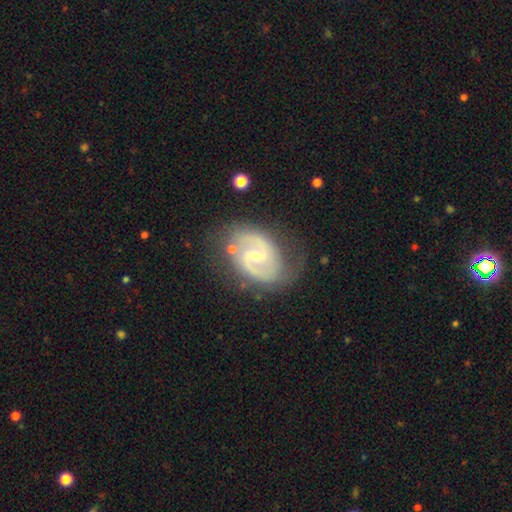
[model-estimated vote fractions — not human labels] This is clearly a featured or disk galaxy (89%). It is clearly not viewed edge-on (98%). Bar: possibly weak (56%). Spiral arm pattern: clearly yes (97%). Spiral arm count: clearly 2 (91%). Spiral winding: possibly medium (59%). Central bulge: likely small (65%). Merging: likely none (70%).